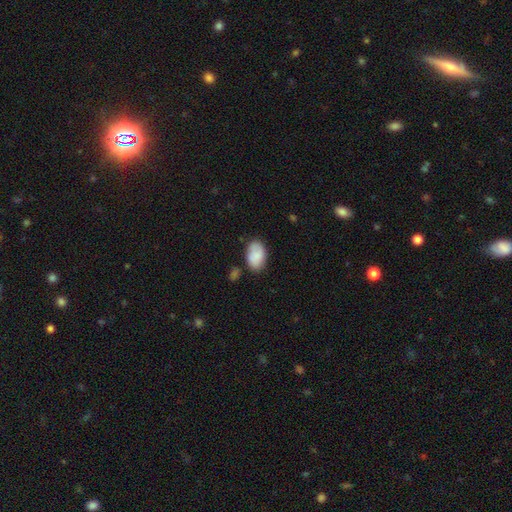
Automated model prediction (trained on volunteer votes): smooth-or-featured: smooth: 82% | featured or disk: 11% | star or artifact: 7%
  how-rounded: in between: 90% | round: 8% | cigar-shaped: 1%
  merging: none: 69% | minor disturbance: 21% | major disturbance: 5% | merger: 5%